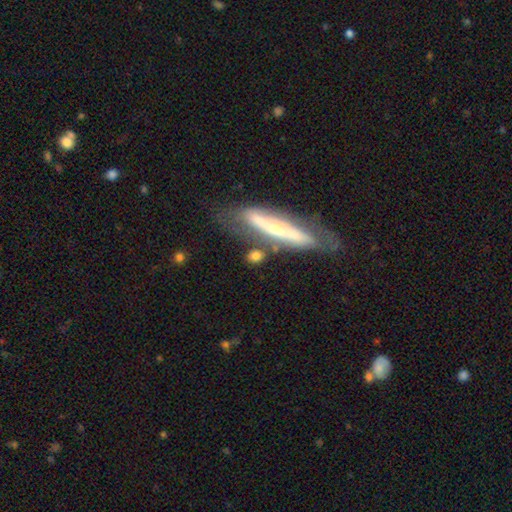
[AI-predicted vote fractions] Q: Smooth or featured?
A: smooth (64%); runner-up: featured or disk (27%)
Q: How rounded?
A: in between (40%); runner-up: cigar-shaped (34%)
Q: Merging?
A: none (64%); runner-up: minor disturbance (16%)